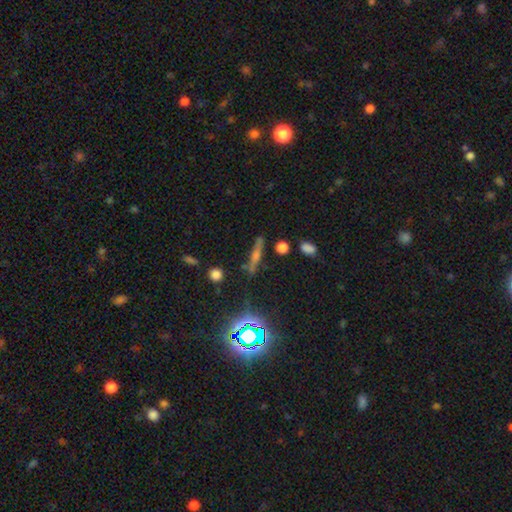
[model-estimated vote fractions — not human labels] star or artifact 49%, featured or disk 29%, smooth 23%.